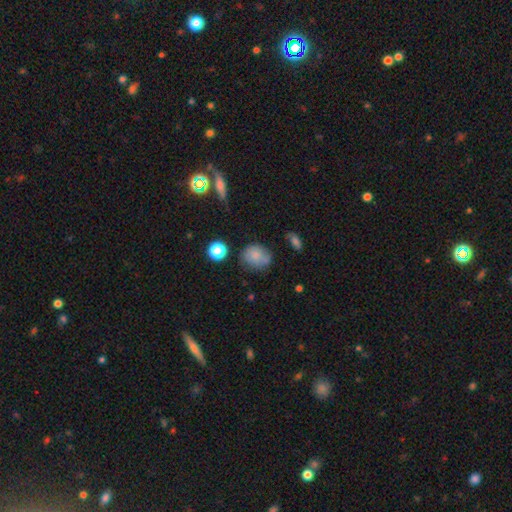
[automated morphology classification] Smooth or featured? Predicted: smooth (p=0.77). How rounded? Predicted: round (p=0.64). Merging? Predicted: none (p=0.57).